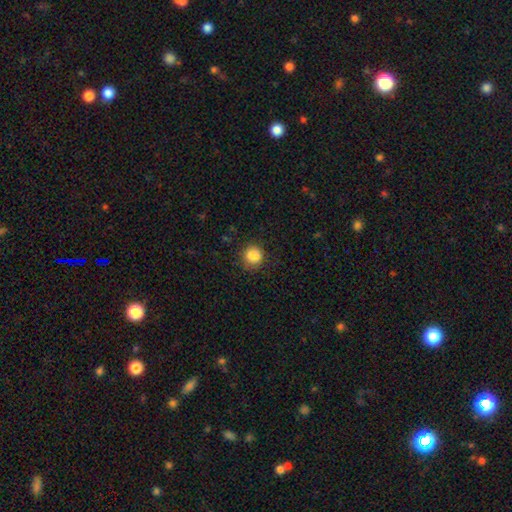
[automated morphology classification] Smooth or featured? Predicted: smooth (p=0.85). How rounded? Predicted: round (p=0.83). Merging? Predicted: none (p=0.79).